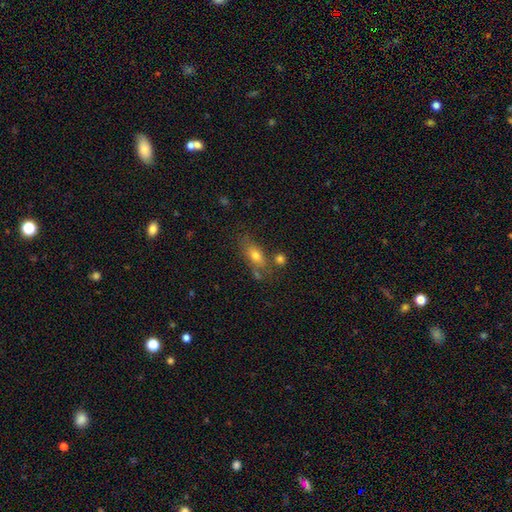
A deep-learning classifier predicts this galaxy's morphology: smooth_or_featured: smooth (p=0.68) [alt: featured or disk p=0.19]
how_rounded: in between (p=0.74) [alt: cigar-shaped p=0.14]
merging: none (p=0.61) [alt: minor disturbance p=0.18]